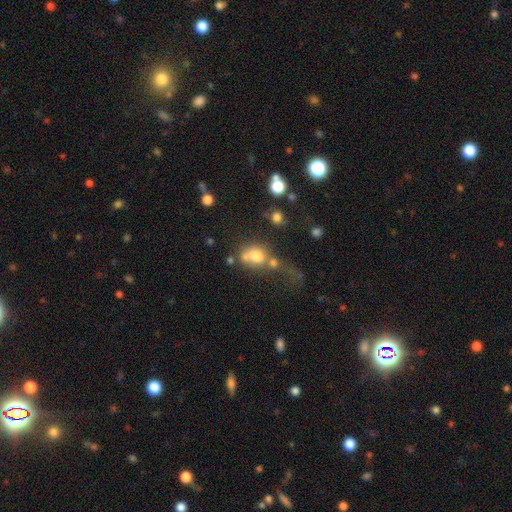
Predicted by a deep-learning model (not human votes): A smooth galaxy with no disk features (70%) that is round (58%). Merging: merger (45%).